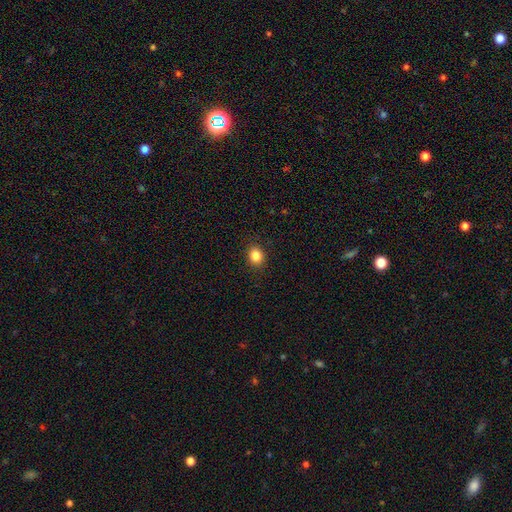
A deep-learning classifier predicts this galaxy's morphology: smooth 85%, star or artifact 10%, featured or disk 4%. Down the decision tree: how rounded — round (63%); merging — none (90%).